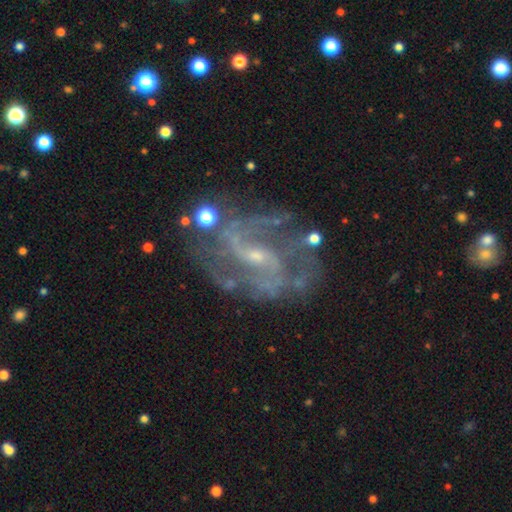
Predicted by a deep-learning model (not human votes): smooth_or_featured: featured or disk (p=0.88) [alt: star or artifact p=0.08]
disk_edge_on: no (p=0.98) [alt: yes p=0.02]
bar: weak (p=0.51) [alt: no p=0.28]
has_spiral_arms: yes (p=0.94) [alt: no p=0.06]
spiral_winding: medium (p=0.51) [alt: loose p=0.28]
spiral_arm_count: 2 (p=0.66) [alt: can't tell p=0.12]
bulge_size: small (p=0.76) [alt: moderate p=0.17]
merging: none (p=0.63) [alt: minor disturbance p=0.19]